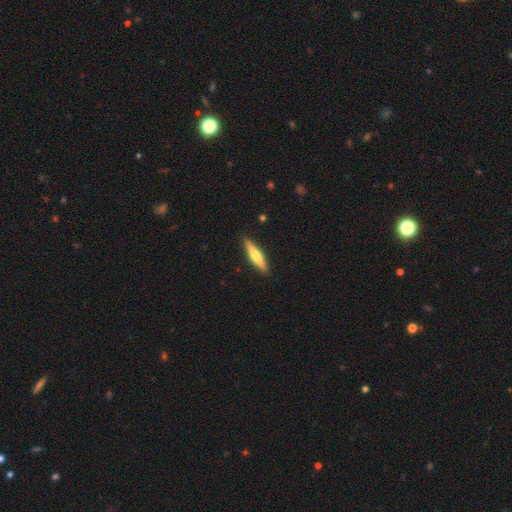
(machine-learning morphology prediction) The model was most divided on "smooth or featured": smooth: 57%, featured or disk: 38%, star or artifact: 5%. More confident: merging — none (90%); how rounded — cigar-shaped (79%).